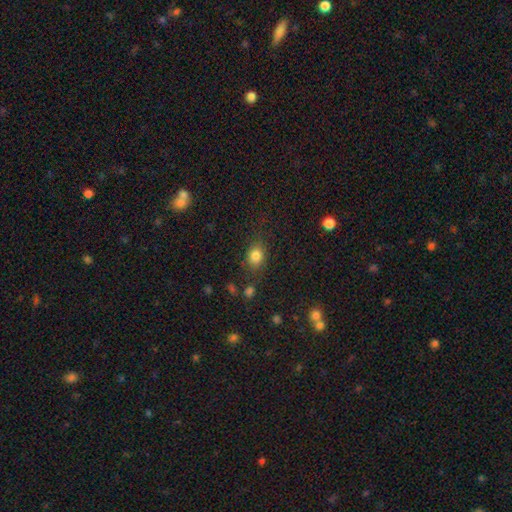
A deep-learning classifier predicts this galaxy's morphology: Q: Smooth or featured?
A: smooth (81%); runner-up: star or artifact (12%)
Q: How rounded?
A: in between (51%); runner-up: round (47%)
Q: Merging?
A: none (76%); runner-up: minor disturbance (15%)